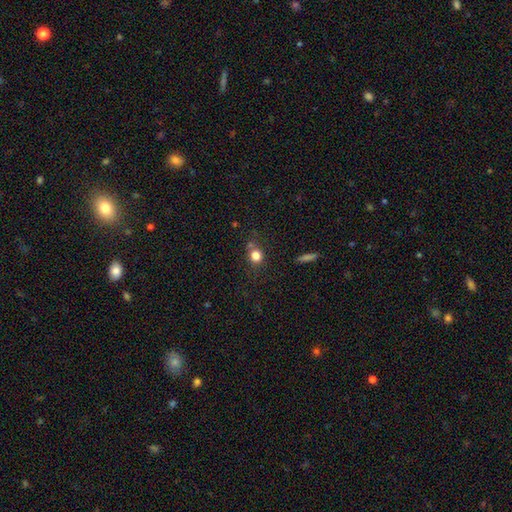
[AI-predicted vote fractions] Overall: smooth (79%). How rounded: round (84%). Merging: none (68%).